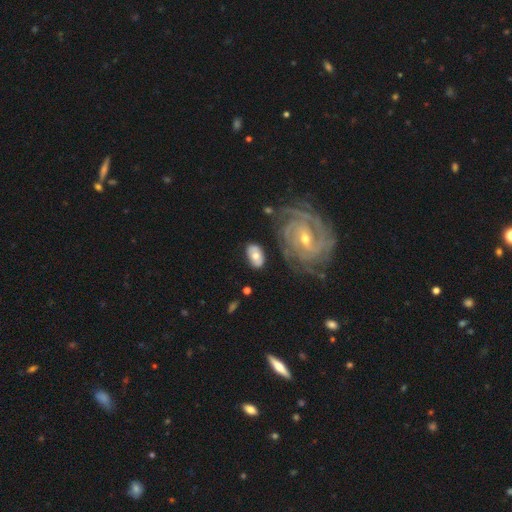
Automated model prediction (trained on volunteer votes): This is possibly a featured or disk galaxy (49%). Merging: likely none (69%).